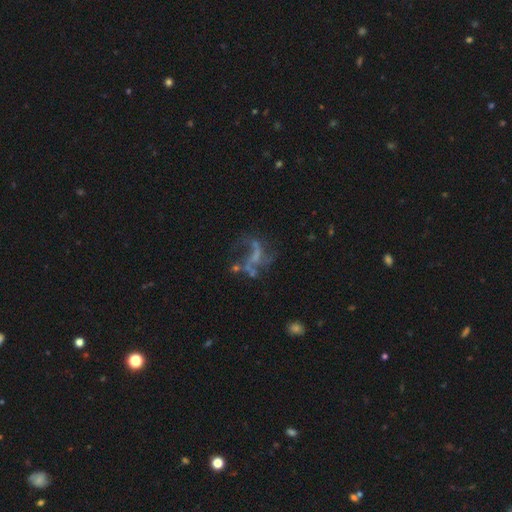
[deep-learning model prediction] Smooth or featured?
  - featured or disk: 64% *
  - star or artifact: 21%
  - smooth: 15%
Edge-on disk?
  - no: 96% *
  - yes: 4%
Bar?
  - no: 57% *
  - weak: 28%
  - strong: 15%
Spiral arms?
  - yes: 55% *
  - no: 45%
Bulge size?
  - none: 69% *
  - small: 18%
  - moderate: 9%
  - large: 2%
  - dominant: 1%
Merging?
  - none: 37% *
  - major disturbance: 36%
  - minor disturbance: 14%
  - merger: 13%